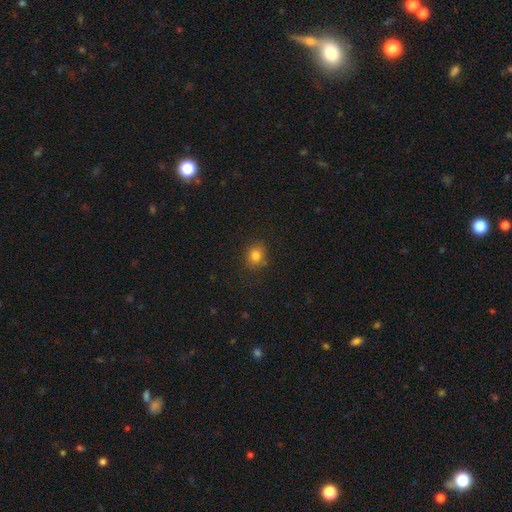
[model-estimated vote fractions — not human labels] smooth_or_featured: smooth (p=0.81) [alt: star or artifact p=0.13]
how_rounded: round (p=0.72) [alt: in between p=0.27]
merging: none (p=0.84) [alt: minor disturbance p=0.11]